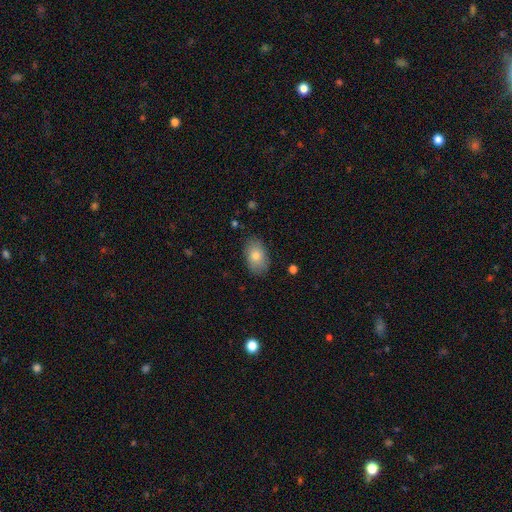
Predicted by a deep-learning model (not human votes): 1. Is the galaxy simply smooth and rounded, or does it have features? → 81% smooth, 11% featured or disk, 8% star or artifact.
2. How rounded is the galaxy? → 89% in between, 10% round, 1% cigar-shaped.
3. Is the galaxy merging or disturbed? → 84% none, 13% minor disturbance, 3% major disturbance, 1% merger.